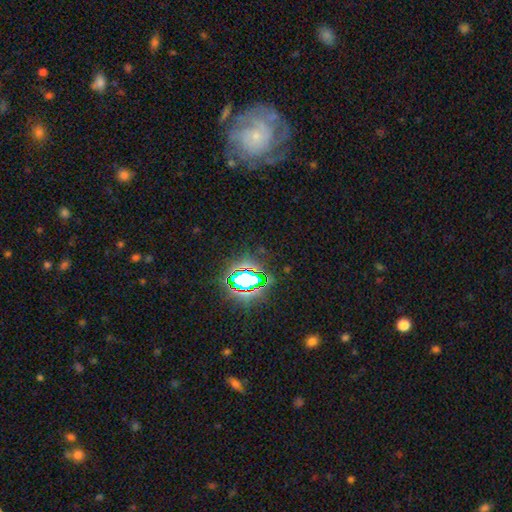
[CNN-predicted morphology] This appears to be a star or artifact, not a galaxy (60%).